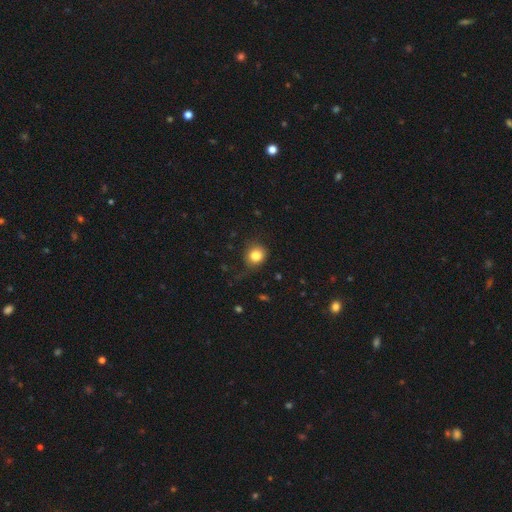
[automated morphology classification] Smooth or featured? Predicted: smooth (p=0.83). How rounded? Predicted: round (p=0.79). Merging? Predicted: none (p=0.72).